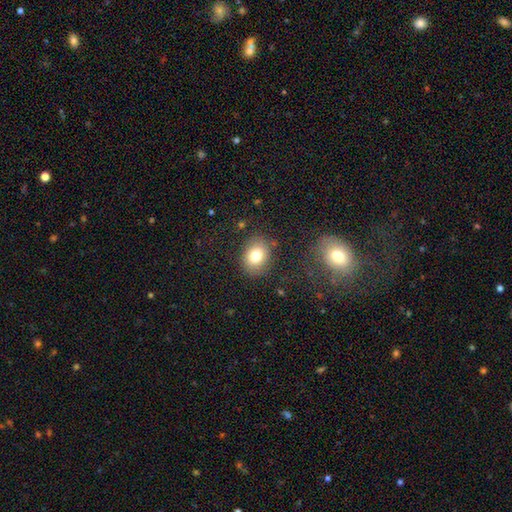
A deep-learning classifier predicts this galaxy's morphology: Smooth or featured: smooth — 78% (featured or disk — 12%)
How rounded: in between — 53% (round — 46%)
Merging: none — 83% (minor disturbance — 11%)